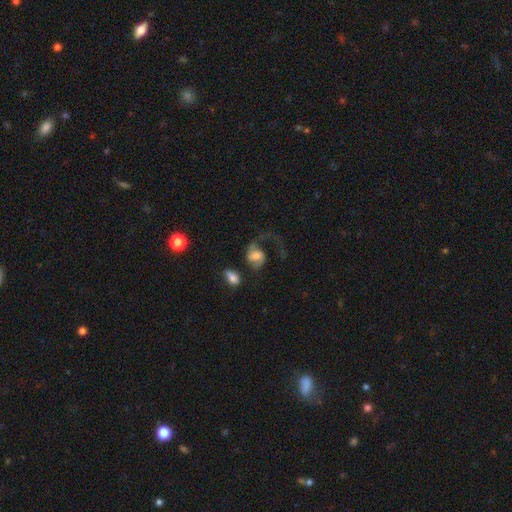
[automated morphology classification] Smooth or featured?
  - featured or disk: 53% *
  - smooth: 38%
  - star or artifact: 8%
Edge-on disk?
  - no: 97% *
  - yes: 3%
Bar?
  - no: 51% *
  - weak: 37%
  - strong: 12%
Spiral arms?
  - yes: 83% *
  - no: 17%
Bulge size?
  - moderate: 47% *
  - small: 22%
  - large: 19%
  - none: 8%
  - dominant: 4%
Merging?
  - major disturbance: 43% *
  - none: 31%
  - minor disturbance: 16%
  - merger: 10%